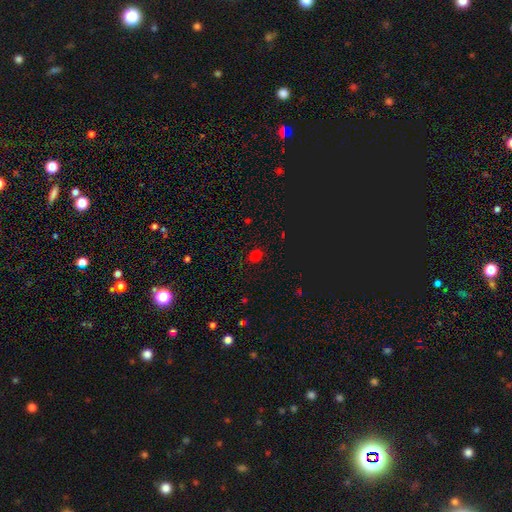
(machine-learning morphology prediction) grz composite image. It shows a smooth galaxy with no disk features (70%) that is round (78%). Merging: none (85%).